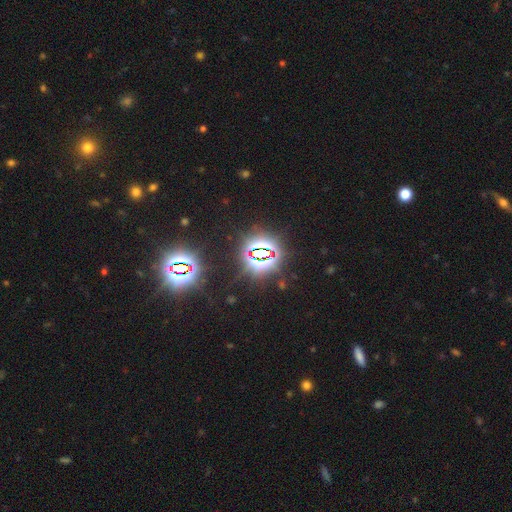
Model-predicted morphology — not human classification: type=star or artifact (81%).